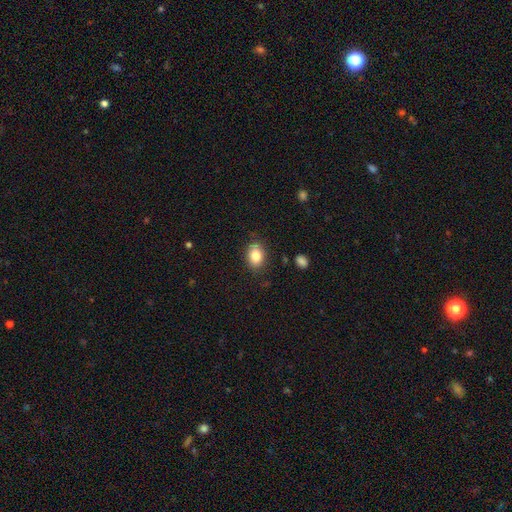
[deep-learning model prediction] Morphology: type=smooth (84%); roundness=in between (78%); merging=none (80%).